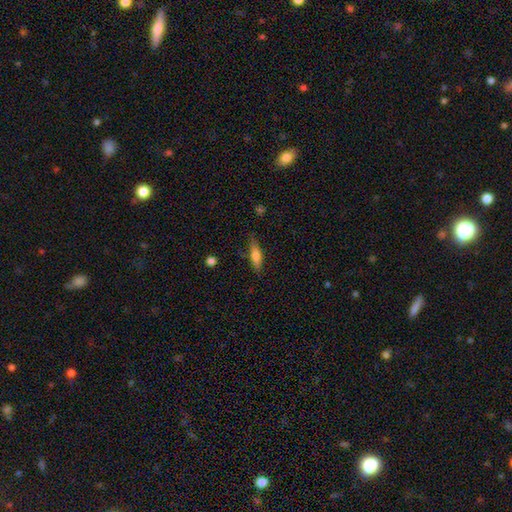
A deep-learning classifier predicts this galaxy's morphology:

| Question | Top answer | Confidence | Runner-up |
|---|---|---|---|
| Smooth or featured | smooth | 72% | featured or disk (21%) |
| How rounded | cigar-shaped | 55% | in between (42%) |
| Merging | none | 76% | minor disturbance (18%) |